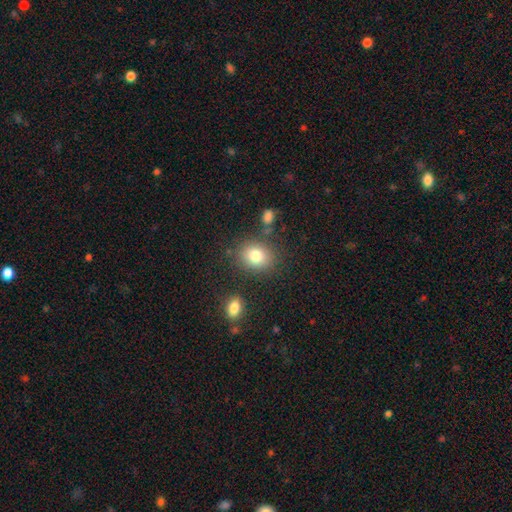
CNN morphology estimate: smooth-or-featured: smooth: 81% | star or artifact: 10% | featured or disk: 9%
  how-rounded: round: 54% | in between: 45% | cigar-shaped: 1%
  merging: none: 78% | minor disturbance: 12% | merger: 6% | major disturbance: 4%